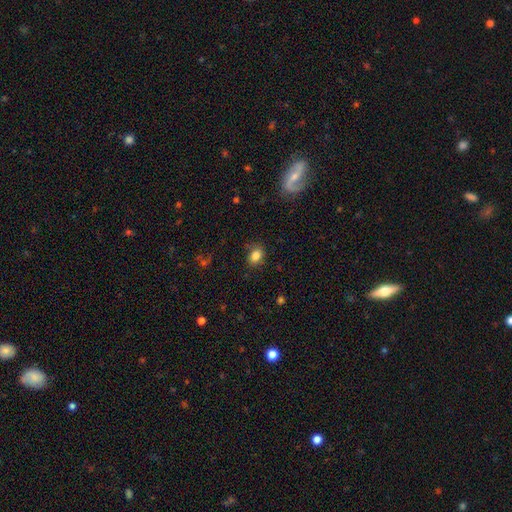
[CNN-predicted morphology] smooth_or_featured: smooth (p=0.84) [alt: star or artifact p=0.10]
how_rounded: in between (p=0.68) [alt: round p=0.31]
merging: none (p=0.81) [alt: minor disturbance p=0.14]